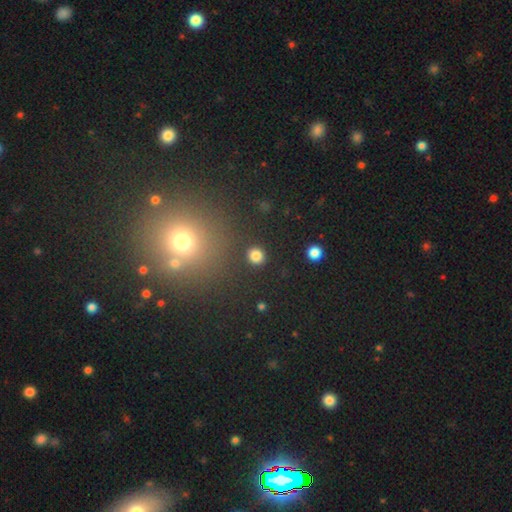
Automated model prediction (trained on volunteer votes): Morphology: type=smooth (83%); roundness=round (85%); merging=none (91%).